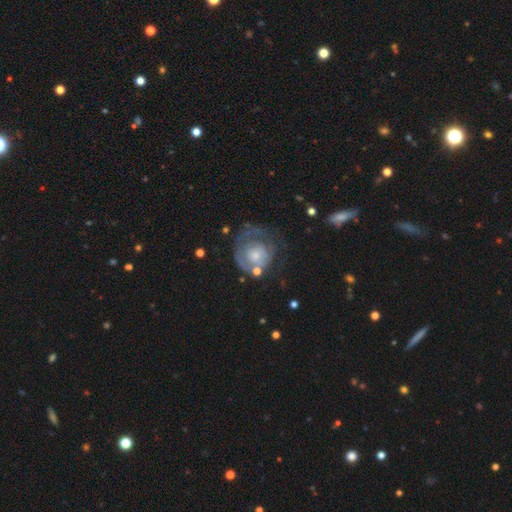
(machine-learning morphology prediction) The model was most divided on "bulge size": small: 45%, moderate: 37%, large: 9%, none: 7%, dominant: 2%. Remaining: edge-on disk — no (98%); bar — no (84%); smooth or featured — featured or disk (63%); spiral arms — yes (61%); merging — none (43%).